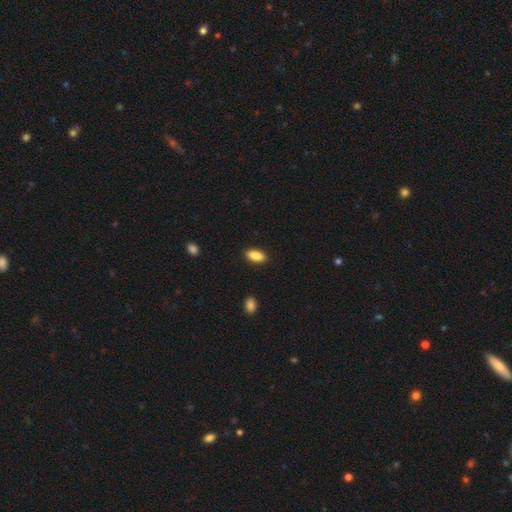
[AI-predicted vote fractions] This appears to be a smooth galaxy with no disk features (87%) that is in between round and cigar-shaped (90%). Merging: none (89%).